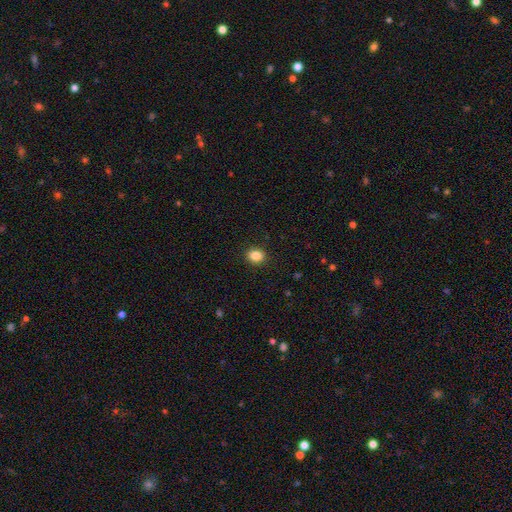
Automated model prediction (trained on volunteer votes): Q: Smooth or featured?
A: smooth (86%); runner-up: star or artifact (10%)
Q: How rounded?
A: round (66%); runner-up: in between (33%)
Q: Merging?
A: none (91%); runner-up: minor disturbance (6%)